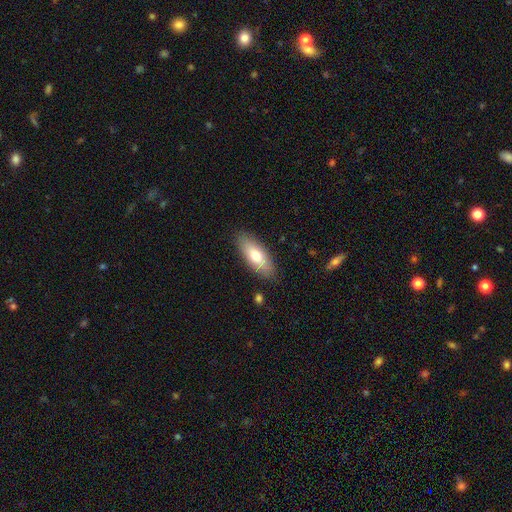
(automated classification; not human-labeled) Morphology: type=smooth (69%); roundness=in between (76%); merging=none (84%).